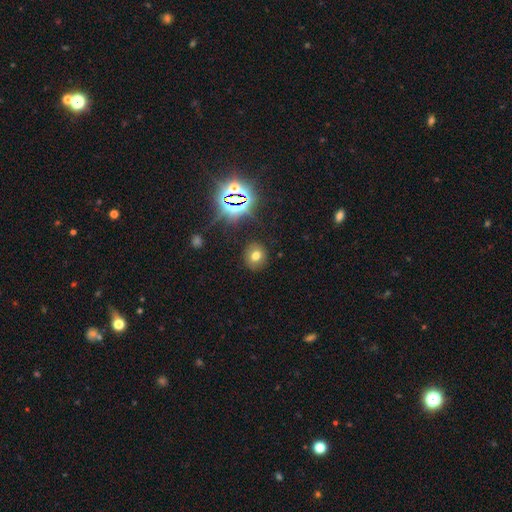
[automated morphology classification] This is likely a smooth galaxy (65%). How rounded: likely round (74%). Merging: clearly none (86%).